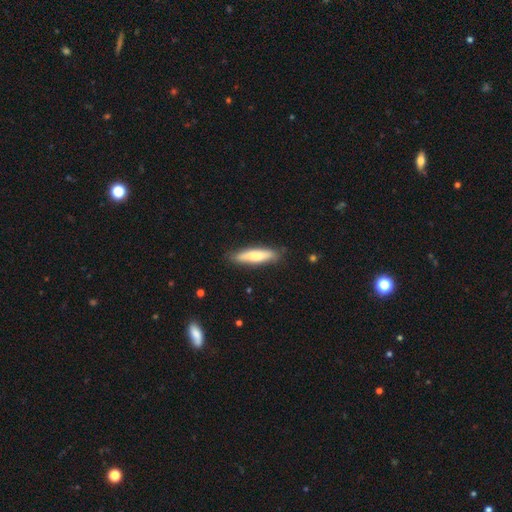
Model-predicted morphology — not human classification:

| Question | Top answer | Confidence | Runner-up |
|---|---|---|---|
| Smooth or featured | smooth | 71% | featured or disk (23%) |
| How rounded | cigar-shaped | 76% | in between (23%) |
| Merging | none | 82% | minor disturbance (14%) |